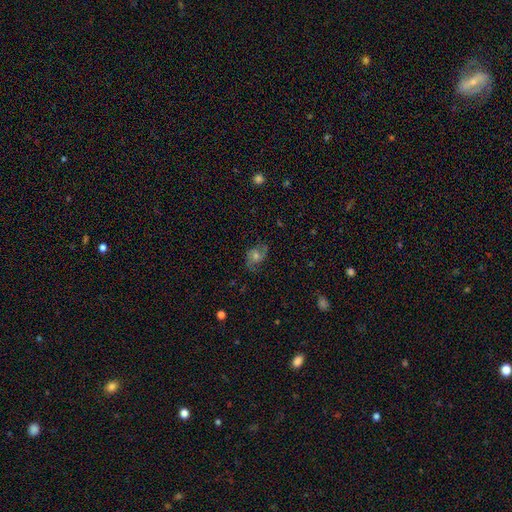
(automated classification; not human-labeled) Smooth or featured?
  - featured or disk: 72% *
  - smooth: 15%
  - star or artifact: 13%
Edge-on disk?
  - no: 97% *
  - yes: 3%
Bar?
  - no: 59% *
  - weak: 34%
  - strong: 8%
Spiral arms?
  - yes: 94% *
  - no: 6%
Spiral winding?
  - medium: 52% *
  - loose: 31%
  - tight: 17%
Spiral arm count?
  - 2: 89% *
  - can't tell: 5%
  - 1: 2%
  - 3: 2%
  - 4: 1%
  - more than 4: 1%
Bulge size?
  - moderate: 55% *
  - small: 30%
  - large: 9%
  - none: 4%
  - dominant: 2%
Merging?
  - none: 76% *
  - minor disturbance: 15%
  - major disturbance: 8%
  - merger: 1%